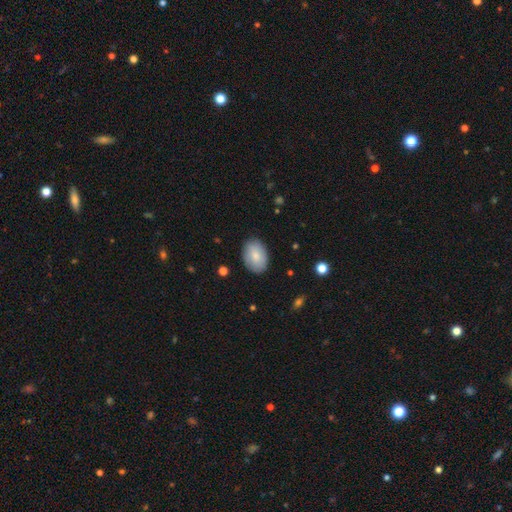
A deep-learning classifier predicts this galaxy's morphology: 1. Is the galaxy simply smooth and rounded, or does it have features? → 81% smooth, 13% featured or disk, 6% star or artifact.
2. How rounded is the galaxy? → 85% in between, 14% round, 1% cigar-shaped.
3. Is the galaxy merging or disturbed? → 84% none, 12% minor disturbance, 3% major disturbance, 1% merger.